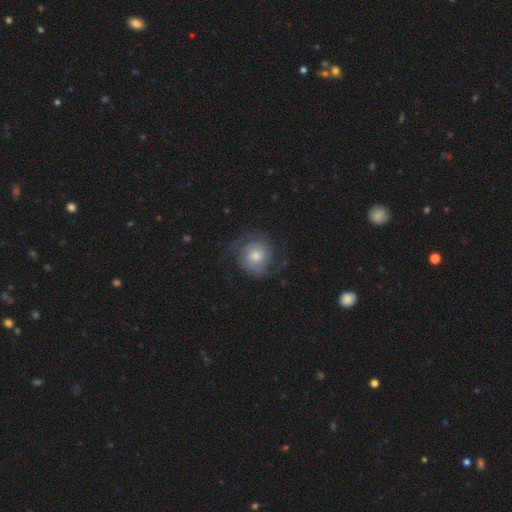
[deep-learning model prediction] Morphology: type=featured or disk (65%); edge-on=no (98%); bar=no (72%); spiral arms=yes (91%); winding=tight (41%); arm count=2 (72%); bulge=moderate (59%); merging=none (68%).